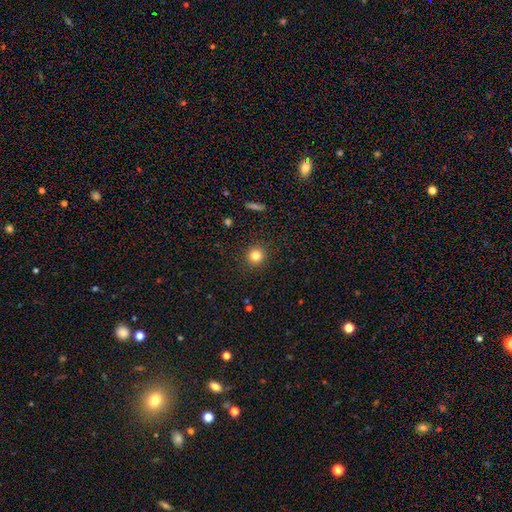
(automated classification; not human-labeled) A smooth galaxy with no disk features (82%) that is round (93%). Merging: none (91%).